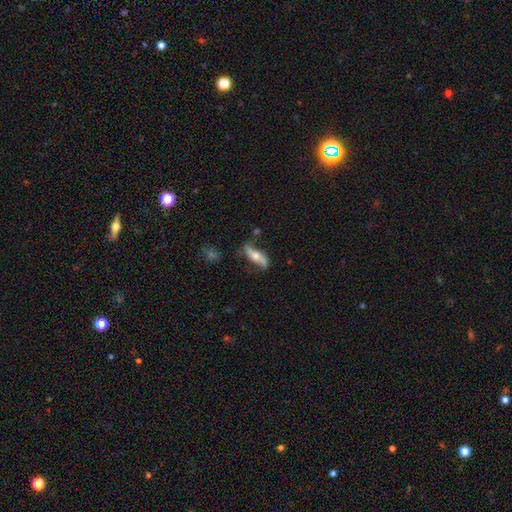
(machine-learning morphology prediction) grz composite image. It shows a featured or disk galaxy (67%). Merging: none (67%).